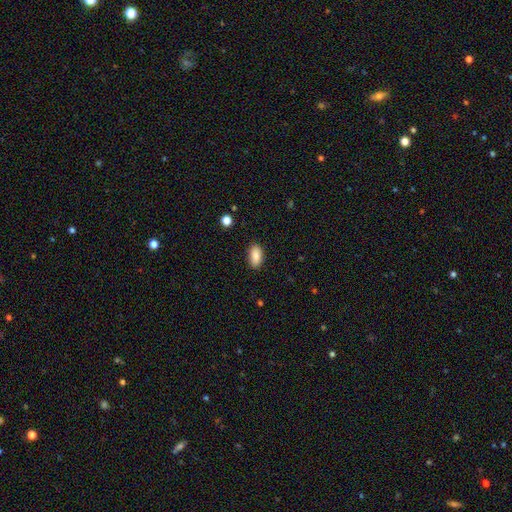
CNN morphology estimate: Overall: smooth (87%). How rounded: in between (92%). Merging: none (87%).